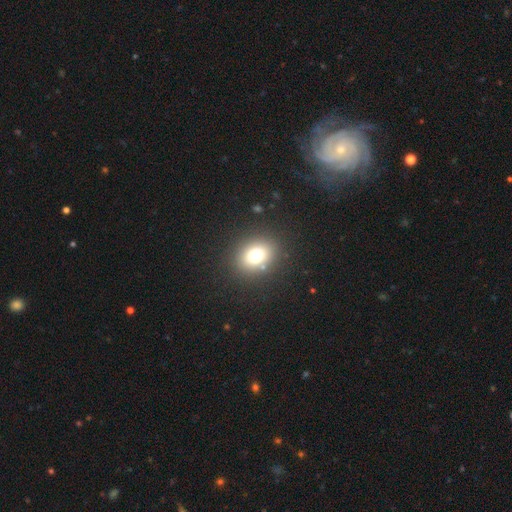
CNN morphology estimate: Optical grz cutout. It shows a smooth galaxy with no disk features (74%) that is round (54%). Merging: none (85%).